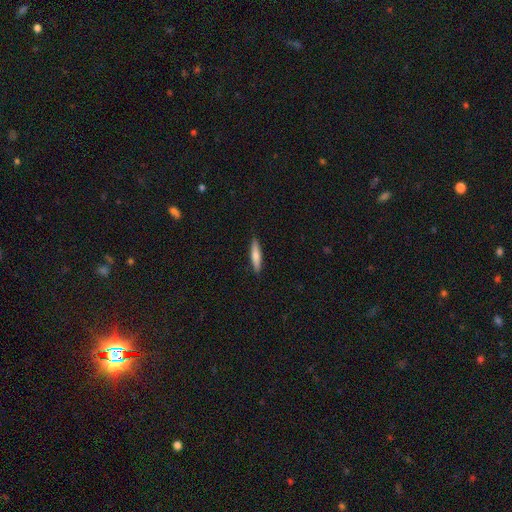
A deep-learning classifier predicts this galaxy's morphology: Q: Smooth or featured?
A: smooth (73%); runner-up: featured or disk (21%)
Q: How rounded?
A: cigar-shaped (85%); runner-up: in between (13%)
Q: Merging?
A: none (90%); runner-up: minor disturbance (7%)